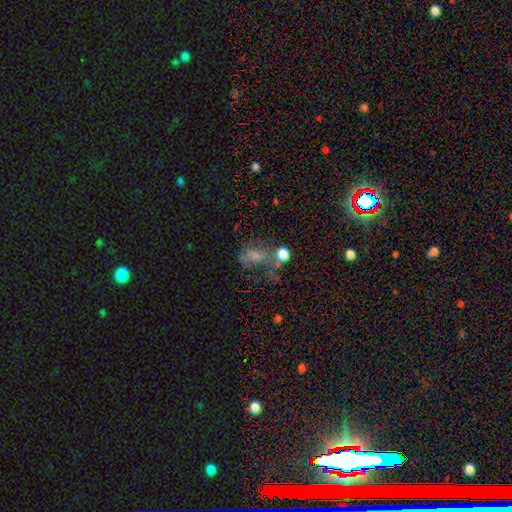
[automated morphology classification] Q: Smooth or featured?
A: smooth (52%); runner-up: featured or disk (24%)
Q: How rounded?
A: in between (69%); runner-up: round (28%)
Q: Merging?
A: none (32%); runner-up: major disturbance (31%)